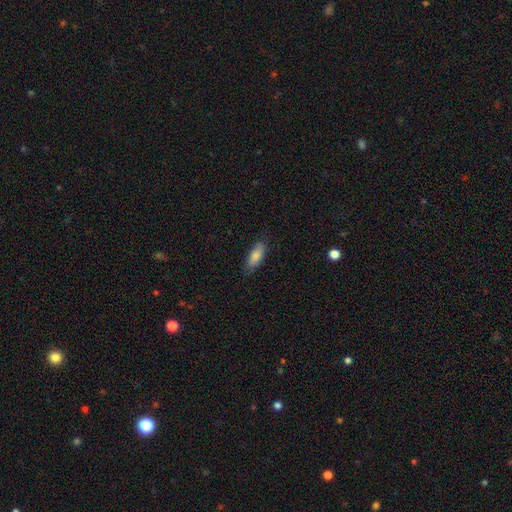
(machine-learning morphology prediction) This is clearly a smooth galaxy (81%). How rounded: likely in between (71%). Merging: likely none (76%).